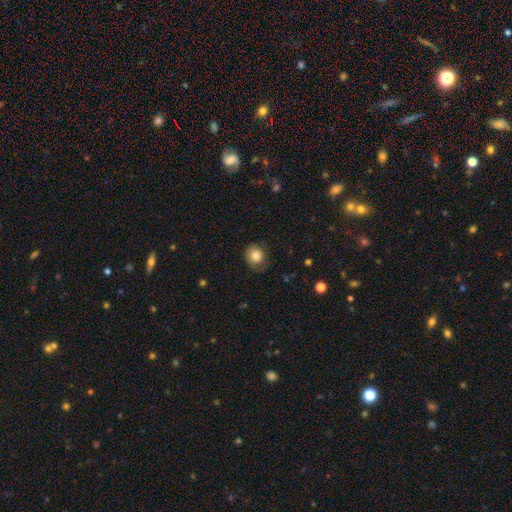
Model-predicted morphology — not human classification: smooth-or-featured: smooth: 83% | star or artifact: 9% | featured or disk: 8%
  how-rounded: round: 76% | in between: 24% | cigar-shaped: 1%
  merging: none: 74% | minor disturbance: 20% | major disturbance: 5% | merger: 1%